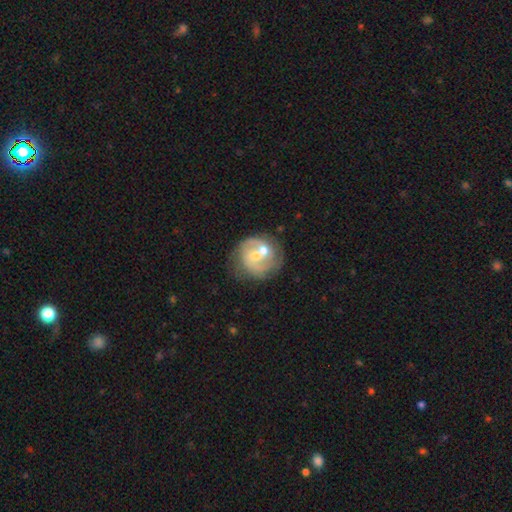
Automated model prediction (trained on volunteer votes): Overall: featured or disk (71%). Edge-on disk: no (98%). Bar: no (51%; weak 39%). Spiral arms: yes (78%). Spiral arm count: 2 (65%). Spiral winding: medium (42%; tight 35%). Bulge size: moderate (49%; small 44%). Merging: none (44%; merger 32%).